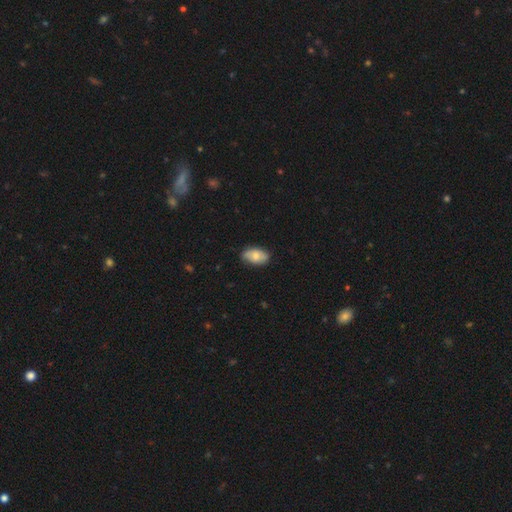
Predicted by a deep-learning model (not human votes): smooth-or-featured: smooth: 72% | featured or disk: 22% | star or artifact: 6%
  how-rounded: in between: 92% | round: 5% | cigar-shaped: 2%
  merging: none: 77% | minor disturbance: 19% | major disturbance: 3% | merger: 1%